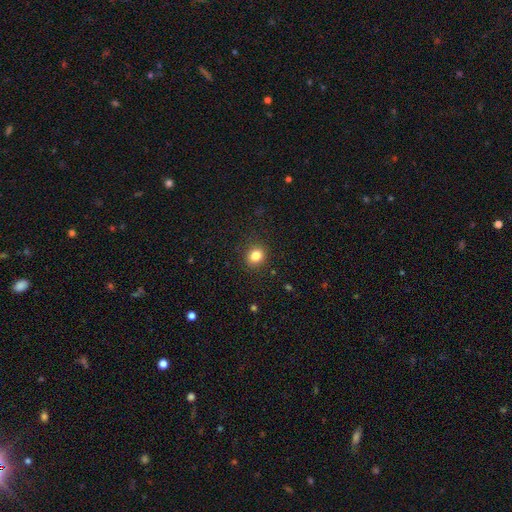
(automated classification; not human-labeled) Smooth or featured: smooth — 83% (star or artifact — 11%)
How rounded: round — 76% (in between — 23%)
Merging: none — 89% (minor disturbance — 8%)